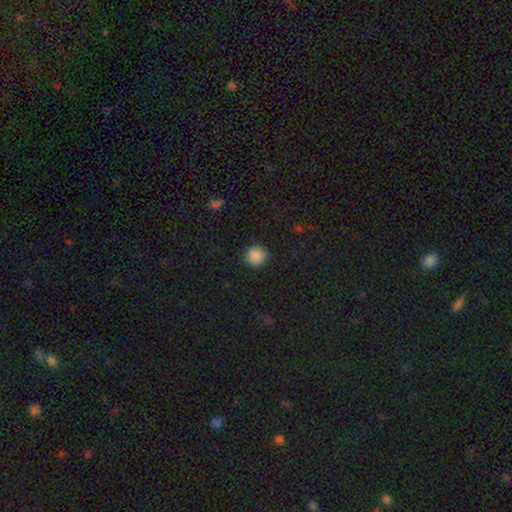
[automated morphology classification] Smooth or featured? Predicted: smooth (p=0.88). How rounded? Predicted: round (p=0.93). Merging? Predicted: none (p=0.91).